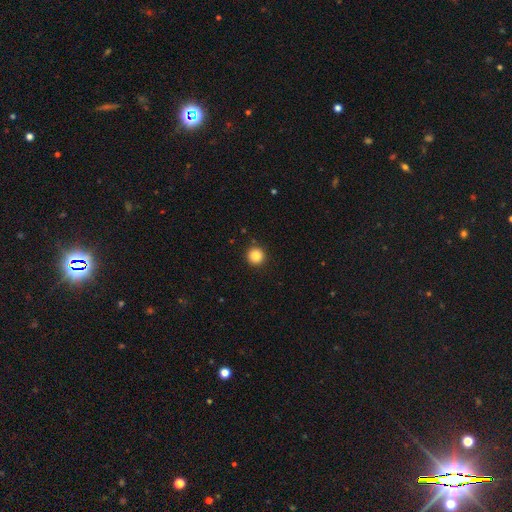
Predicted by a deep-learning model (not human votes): smooth_or_featured: smooth (p=0.85) [alt: star or artifact p=0.11]
how_rounded: round (p=0.96) [alt: in between p=0.03]
merging: none (p=0.92) [alt: minor disturbance p=0.05]